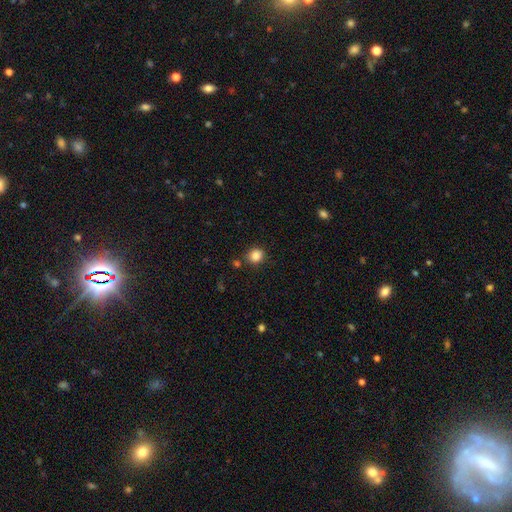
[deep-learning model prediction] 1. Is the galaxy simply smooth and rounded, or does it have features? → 86% smooth, 10% star or artifact, 3% featured or disk.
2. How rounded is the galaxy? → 78% round, 21% in between, 1% cigar-shaped.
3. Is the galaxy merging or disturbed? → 80% none, 11% minor disturbance, 5% merger, 3% major disturbance.